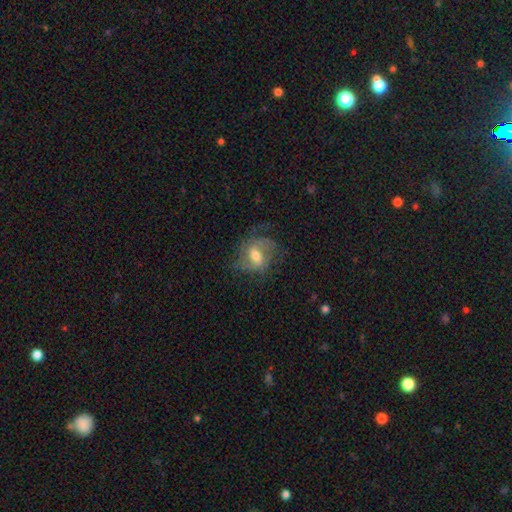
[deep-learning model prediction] smooth-or-featured: featured or disk: 67% | smooth: 23% | star or artifact: 9%
  disk-edge-on: no: 96% | yes: 4%
    bar: weak: 51% | no: 28% | strong: 21%
    has-spiral-arms: yes: 86% | no: 14%
      spiral-winding: medium: 45% | loose: 31% | tight: 25%
      spiral-arm-count: 2: 51% | can't tell: 23% | 3: 14% | 1: 7% | 4: 3% | more than 4: 3%
    bulge-size: moderate: 65% | small: 20% | large: 11% | none: 3% | dominant: 1%
  merging: none: 60% | minor disturbance: 21% | major disturbance: 17% | merger: 1%